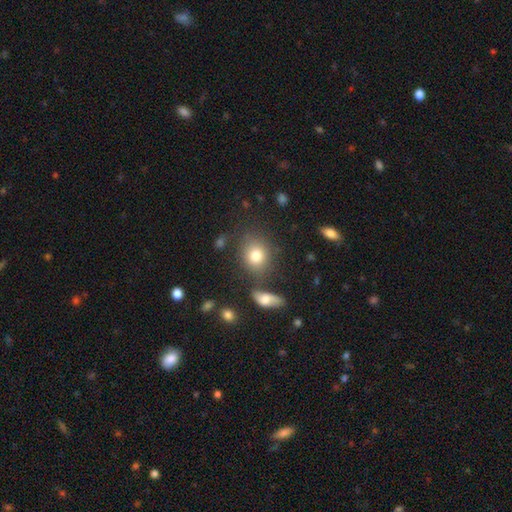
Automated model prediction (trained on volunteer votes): Smooth or featured? smooth (79%)
How rounded? round (61%)
Merging? none (72%)